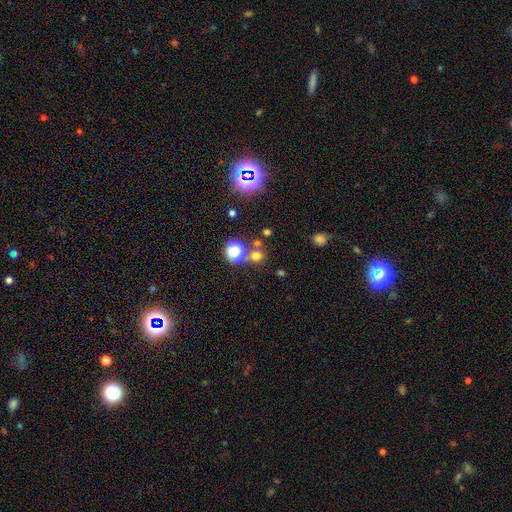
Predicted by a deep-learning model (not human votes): This appears to be a smooth galaxy with no disk features (62%) that is round (87%). Merging: none (67%).